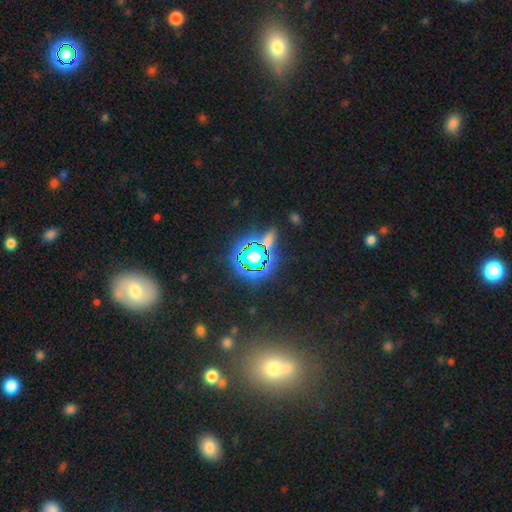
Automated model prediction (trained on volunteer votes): star or artifact 65%, smooth 24%, featured or disk 12%.